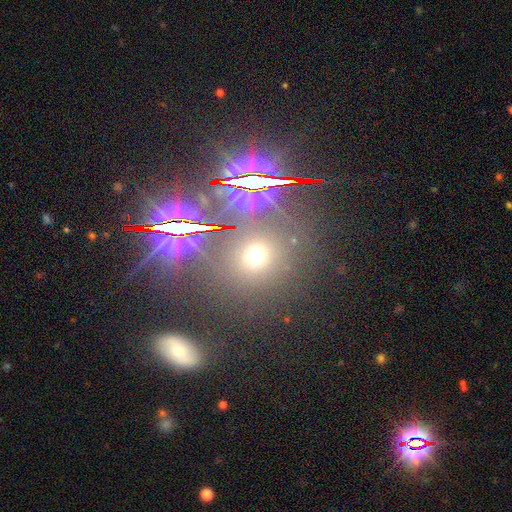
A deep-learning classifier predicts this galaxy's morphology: A smooth galaxy with no disk features (52%) that is round (82%). Merging: none (78%).